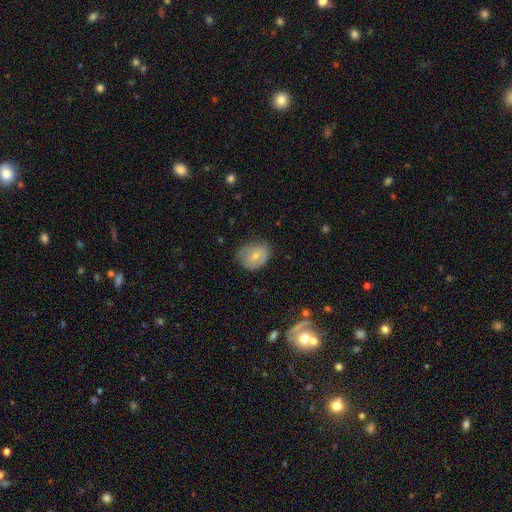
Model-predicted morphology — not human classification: A smooth galaxy with no disk features (67%) that is round (54%).

Vote fractions:
- Smooth or featured? smooth: 67% / featured or disk: 25% / star or artifact: 8%
- How rounded? round: 54% / in between: 45% / cigar-shaped: 1%
- Merging? none: 61% / minor disturbance: 29% / major disturbance: 8% / merger: 1%